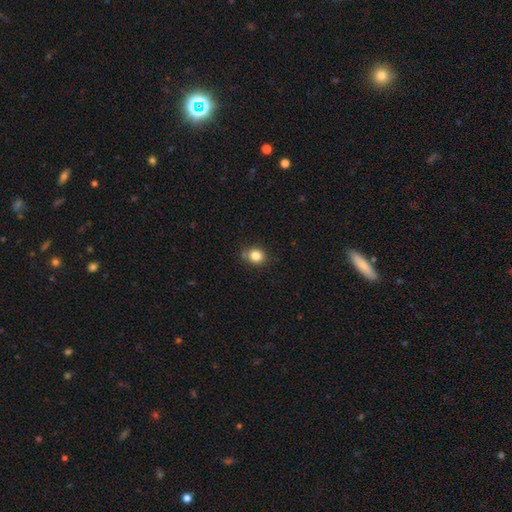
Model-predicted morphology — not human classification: The model was most divided on "how rounded": round: 73%, in between: 26%, cigar-shaped: 1%. More confident: smooth or featured — smooth (83%); merging — none (78%).